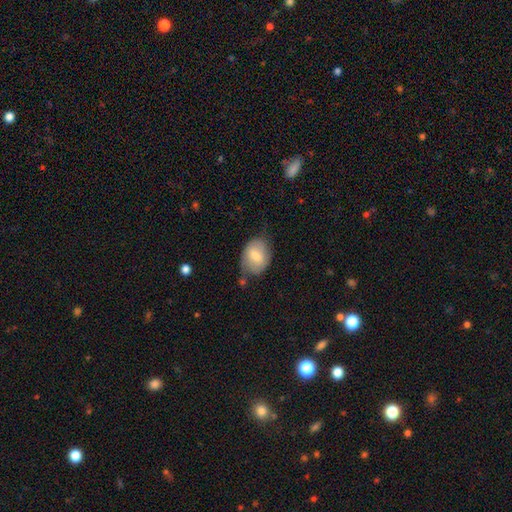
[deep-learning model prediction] smooth-or-featured: smooth: 69% | featured or disk: 24% | star or artifact: 6%
  how-rounded: in between: 65% | round: 34% | cigar-shaped: 1%
  merging: none: 58% | minor disturbance: 29% | major disturbance: 9% | merger: 4%